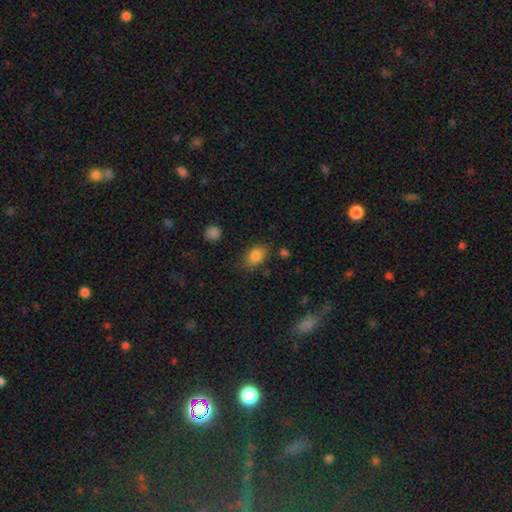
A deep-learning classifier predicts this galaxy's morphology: A smooth galaxy with no disk features (83%) that is in between round and cigar-shaped (82%).

Vote fractions:
- Smooth or featured? smooth: 83% / star or artifact: 9% / featured or disk: 9%
- How rounded? in between: 82% / round: 17% / cigar-shaped: 1%
- Merging? none: 75% / minor disturbance: 18% / major disturbance: 4% / merger: 3%